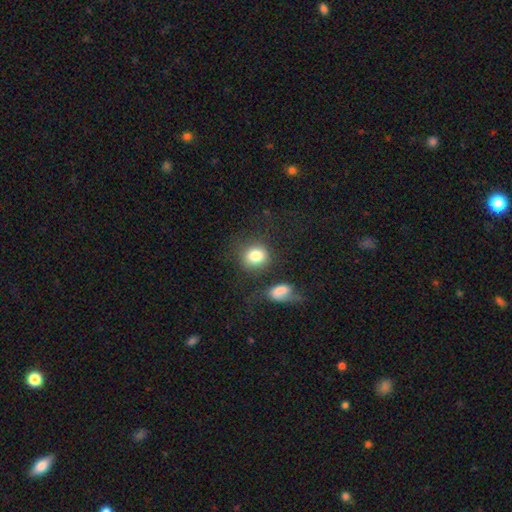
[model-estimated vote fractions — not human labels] The model was most divided on "merging": none: 65%, minor disturbance: 13%, merger: 12%, major disturbance: 9%. More confident: smooth or featured — smooth (82%); how rounded — round (76%).